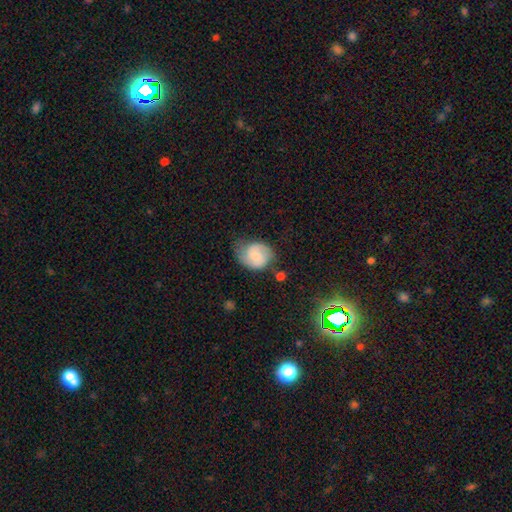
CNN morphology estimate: Smooth or featured? Predicted: featured or disk (p=0.50). Merging? Predicted: none (p=0.55).